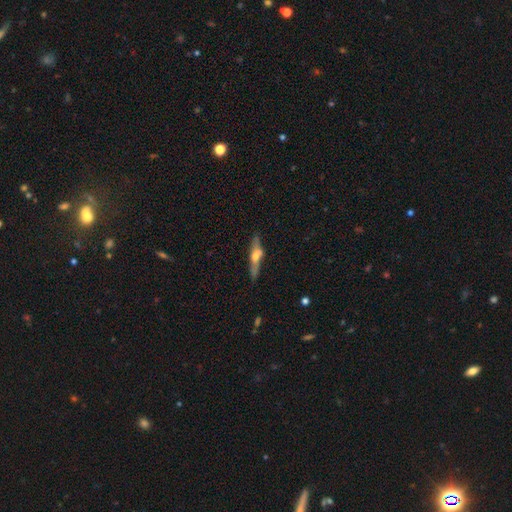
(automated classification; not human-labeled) Smooth or featured?
  - featured or disk: 55% *
  - smooth: 38%
  - star or artifact: 6%
Edge-on disk?
  - yes: 89% *
  - no: 11%
Merging?
  - none: 71% *
  - minor disturbance: 17%
  - merger: 7%
  - major disturbance: 5%